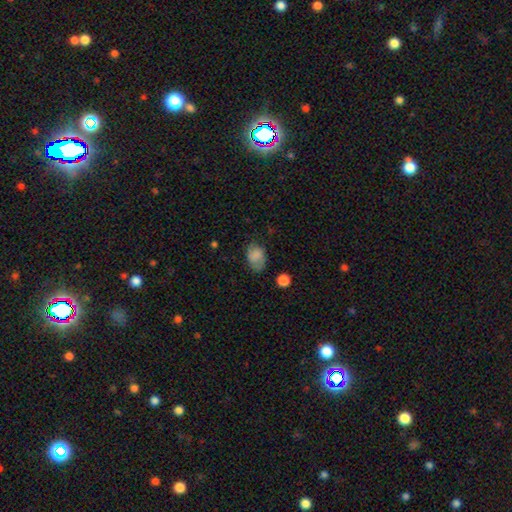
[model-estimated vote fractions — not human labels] smooth-or-featured: smooth: 74% | featured or disk: 16% | star or artifact: 10%
  how-rounded: in between: 78% | round: 21% | cigar-shaped: 1%
  merging: none: 62% | minor disturbance: 27% | major disturbance: 9% | merger: 2%